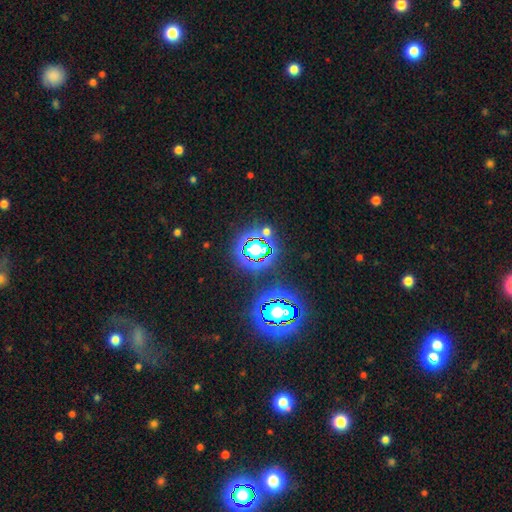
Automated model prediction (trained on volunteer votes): star or artifact 81%, smooth 12%, featured or disk 7%.